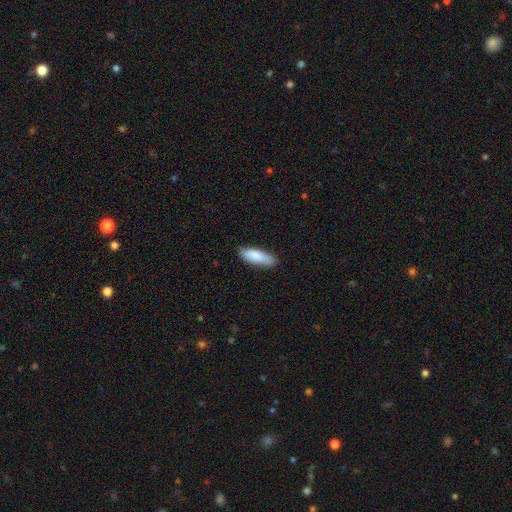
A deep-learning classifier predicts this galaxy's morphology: A smooth galaxy with no disk features (84%) that is in between round and cigar-shaped (51%). Merging: none (84%).